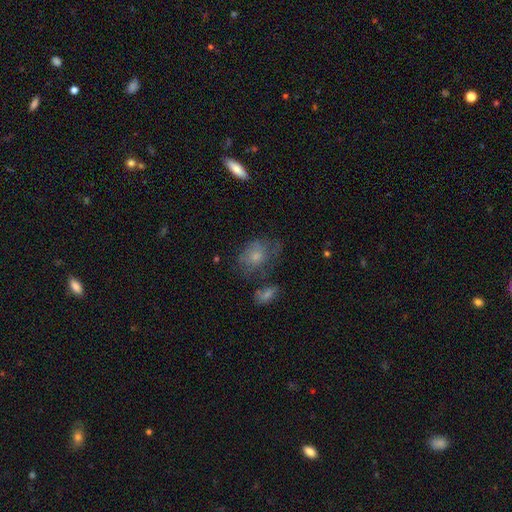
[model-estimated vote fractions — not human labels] Q: Smooth or featured?
A: smooth (65%); runner-up: featured or disk (25%)
Q: How rounded?
A: in between (63%); runner-up: round (35%)
Q: Merging?
A: none (46%); runner-up: minor disturbance (27%)